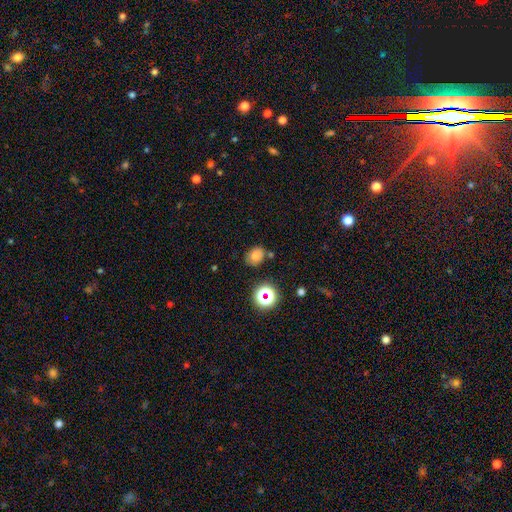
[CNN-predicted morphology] type=smooth (71%); roundness=in between (51%); merging=none (74%).